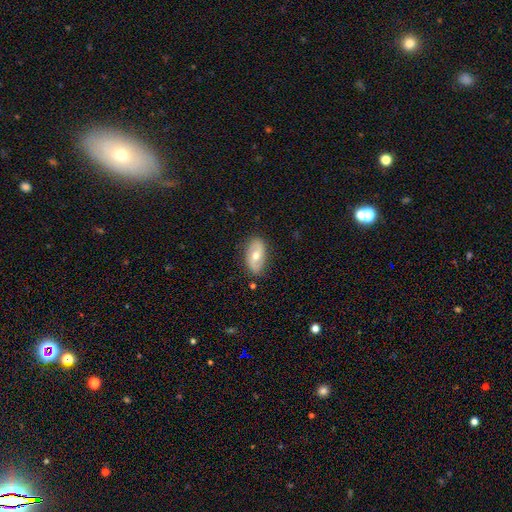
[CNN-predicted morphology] A featured or disk galaxy (49%).

Vote fractions:
- Smooth or featured? featured or disk: 49% / smooth: 45% / star or artifact: 6%
- Merging? none: 79% / minor disturbance: 16% / major disturbance: 3% / merger: 1%